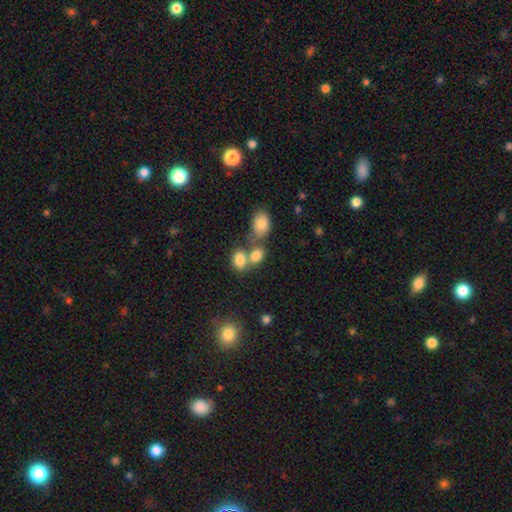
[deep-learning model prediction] Smooth or featured? Predicted: smooth (p=0.80). How rounded? Predicted: in between (p=0.72). Merging? Predicted: merger (p=0.49).